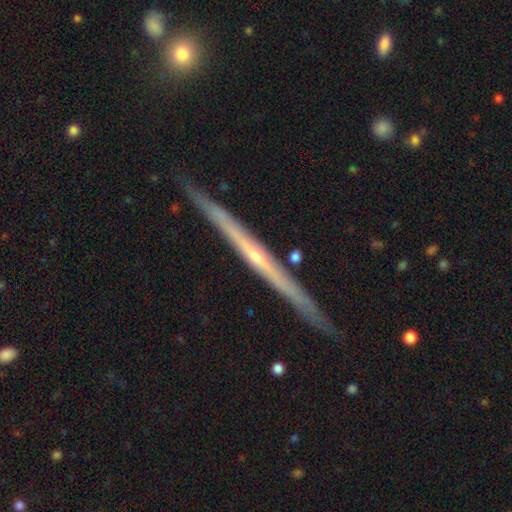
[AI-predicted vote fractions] This appears to be a featured or disk galaxy (81%) viewed edge-on (98%) with no central bulge (48%, tied with rounded). Merging: none (90%).